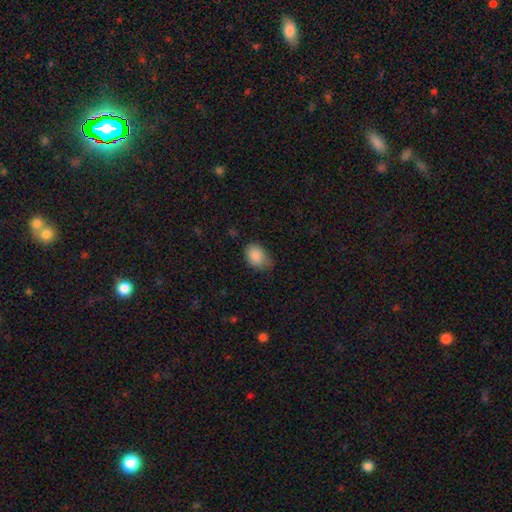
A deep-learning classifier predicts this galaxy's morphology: This appears to be a smooth galaxy with no disk features (87%) that is in between round and cigar-shaped (73%). Merging: none (57%).